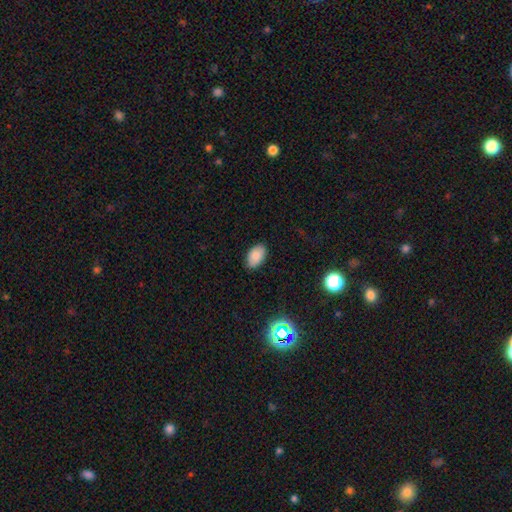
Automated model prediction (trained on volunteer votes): Morphology: type=smooth (85%); roundness=in between (93%); merging=none (86%).